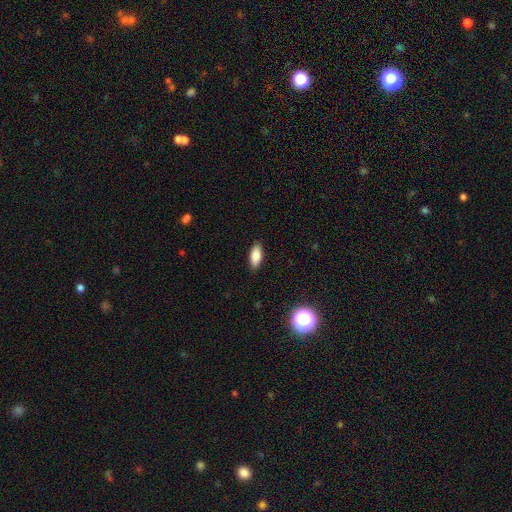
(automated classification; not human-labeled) This appears to be a smooth galaxy with no disk features (85%) that is in between round and cigar-shaped (85%). Merging: none (88%).